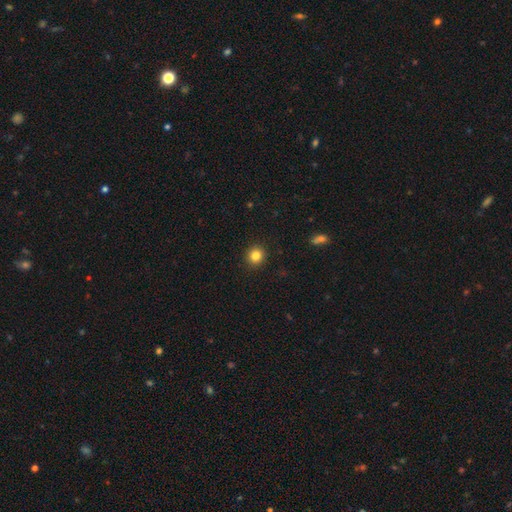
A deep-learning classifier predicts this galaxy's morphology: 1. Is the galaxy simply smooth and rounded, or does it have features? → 84% smooth, 12% star or artifact, 5% featured or disk.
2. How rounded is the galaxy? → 92% round, 8% in between, 1% cigar-shaped.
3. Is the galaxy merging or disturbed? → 93% none, 5% minor disturbance, 2% major disturbance, 1% merger.